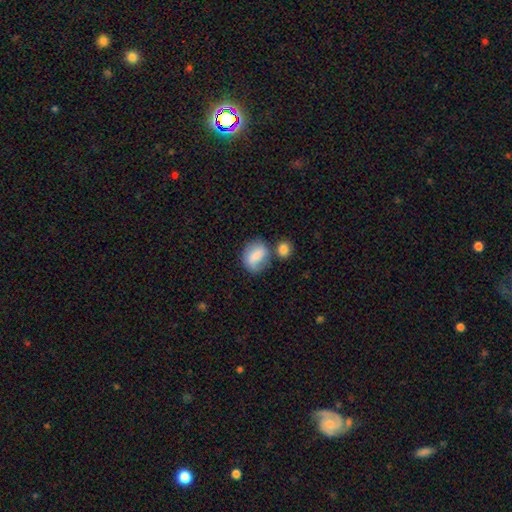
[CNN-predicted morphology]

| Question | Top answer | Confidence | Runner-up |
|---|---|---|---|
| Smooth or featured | smooth | 72% | featured or disk (20%) |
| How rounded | in between | 56% | round (42%) |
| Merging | none | 55% | merger (21%) |